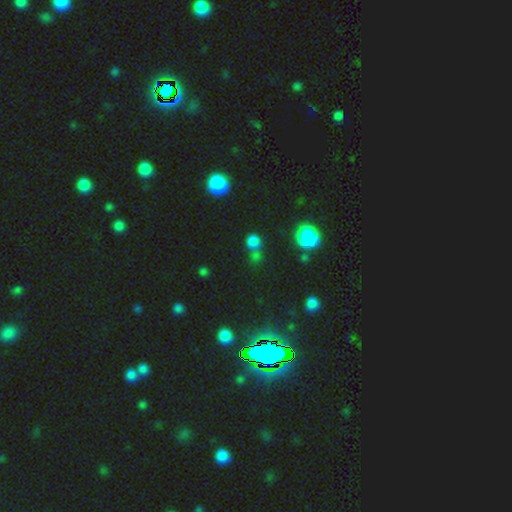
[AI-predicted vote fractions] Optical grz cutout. It shows a smooth galaxy with no disk features (63%) that is round (83%). Merging: none (55%).